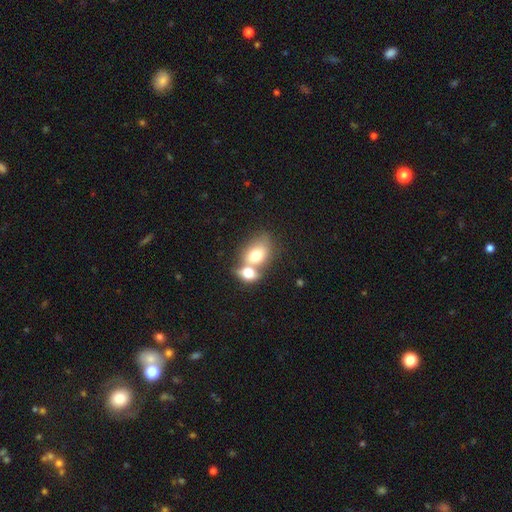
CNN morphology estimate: smooth 72%, featured or disk 20%, star or artifact 8%. Down the decision tree: how rounded — in between (72%); merging — merger (72%).